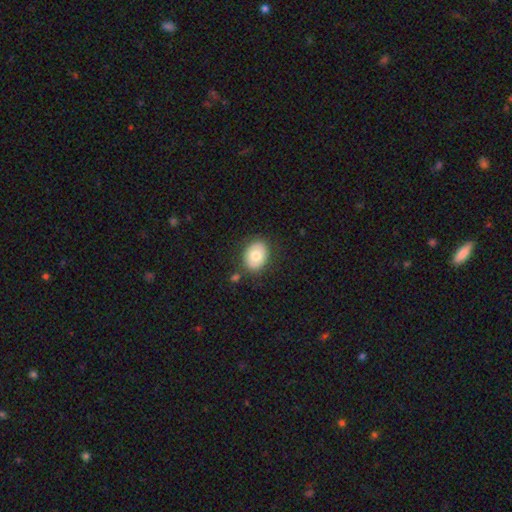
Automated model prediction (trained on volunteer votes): This appears to be a smooth galaxy with no disk features (74%) that is in between round and cigar-shaped (64%). Merging: none (82%).